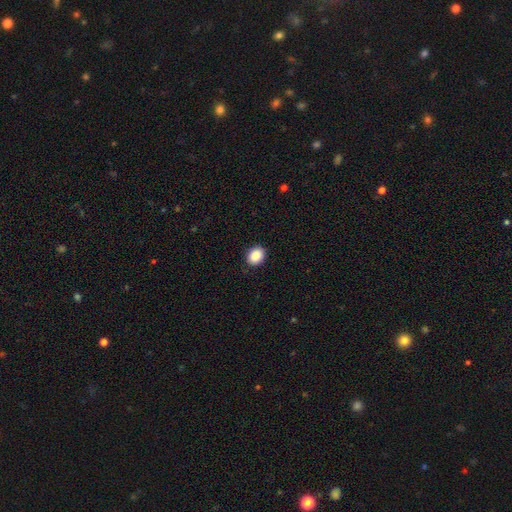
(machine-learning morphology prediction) Smooth or featured?
  - smooth: 90% *
  - star or artifact: 8%
  - featured or disk: 2%
How rounded?
  - round: 50% *
  - in between: 49%
  - cigar-shaped: 1%
Merging?
  - none: 88% *
  - minor disturbance: 9%
  - major disturbance: 2%
  - merger: 1%